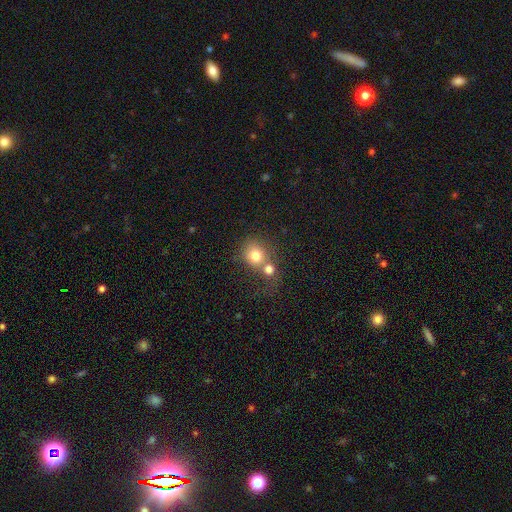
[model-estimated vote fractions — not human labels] smooth-or-featured: smooth: 76% | featured or disk: 13% | star or artifact: 11%
  how-rounded: round: 78% | in between: 21% | cigar-shaped: 1%
  merging: merger: 53% | none: 34% | minor disturbance: 8% | major disturbance: 5%